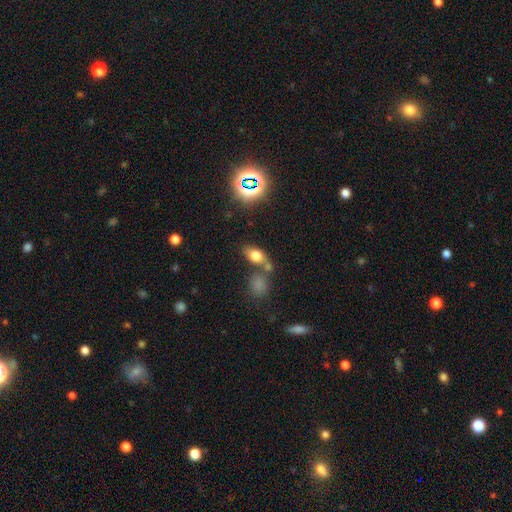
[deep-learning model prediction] Smooth or featured? smooth (71%)
How rounded? in between (82%)
Merging? none (55%)